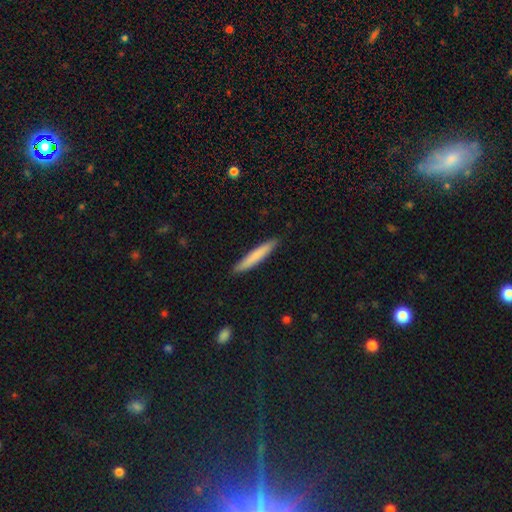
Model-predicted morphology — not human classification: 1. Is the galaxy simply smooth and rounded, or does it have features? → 77% smooth, 17% featured or disk, 6% star or artifact.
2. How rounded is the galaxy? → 94% cigar-shaped, 5% in between, 1% round.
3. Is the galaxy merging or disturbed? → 90% none, 7% minor disturbance, 1% major disturbance, 1% merger.